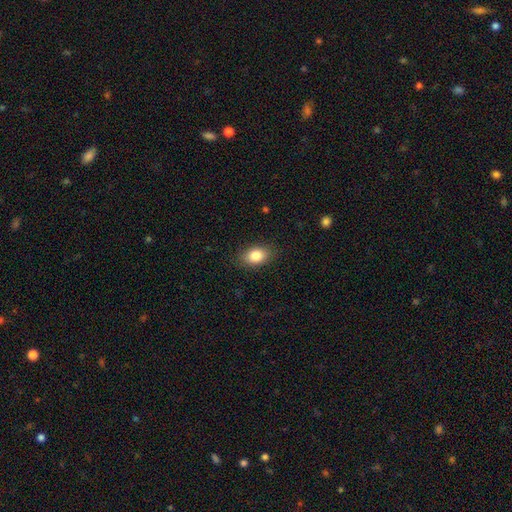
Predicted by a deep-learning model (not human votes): This appears to be a smooth galaxy with no disk features (84%) that is in between round and cigar-shaped (81%). Merging: none (85%).